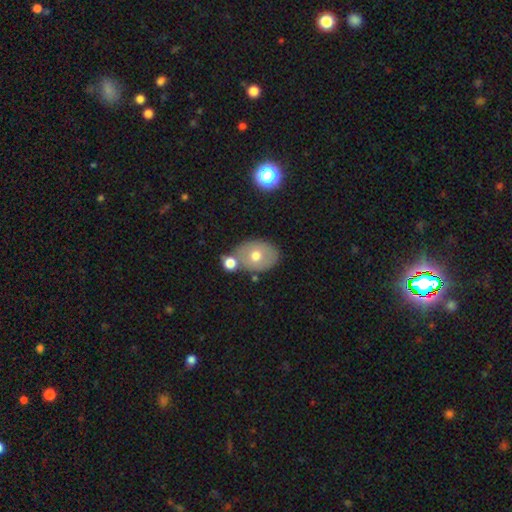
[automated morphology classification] The model was most divided on "smooth or featured": smooth: 60%, featured or disk: 31%, star or artifact: 10%. More confident: how rounded — in between (69%); merging — none (64%).